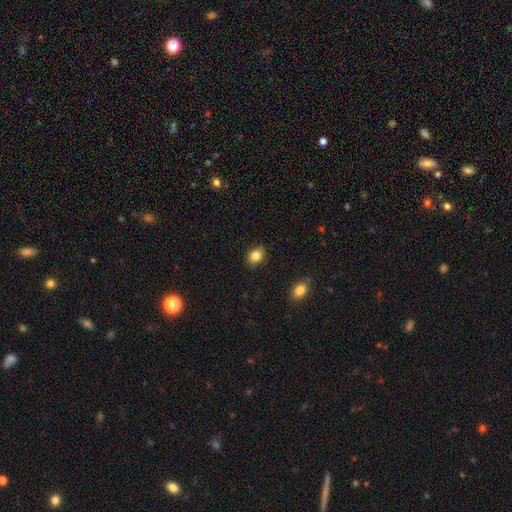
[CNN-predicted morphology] smooth 84%, star or artifact 10%, featured or disk 6%. Down the decision tree: how rounded — in between (55%); merging — none (85%).